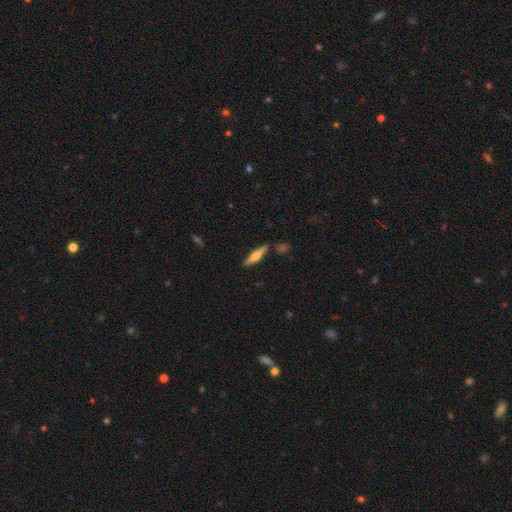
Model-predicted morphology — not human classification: The model was most divided on "smooth or featured": featured or disk: 56%, smooth: 39%, star or artifact: 6%. More confident: edge-on disk — yes (96%); edge-on bulge — rounded (89%); merging — none (86%).